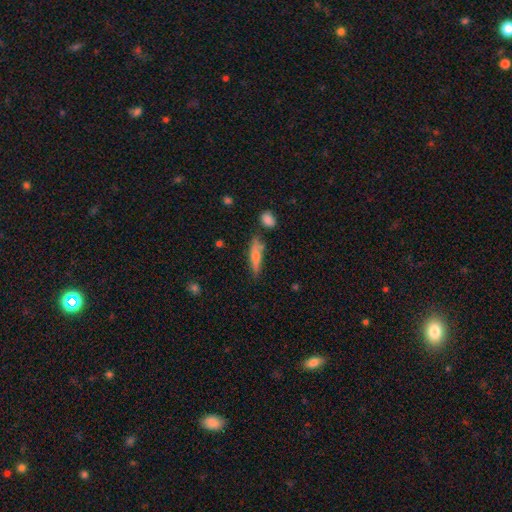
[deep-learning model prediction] smooth 64%, featured or disk 29%, star or artifact 7%. Down the decision tree: how rounded — cigar-shaped (70%); merging — none (65%).